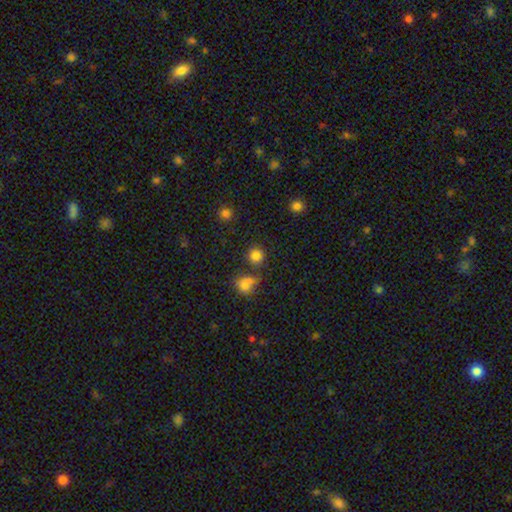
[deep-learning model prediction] Smooth or featured? Predicted: smooth (p=0.81). How rounded? Predicted: round (p=0.89). Merging? Predicted: none (p=0.77).